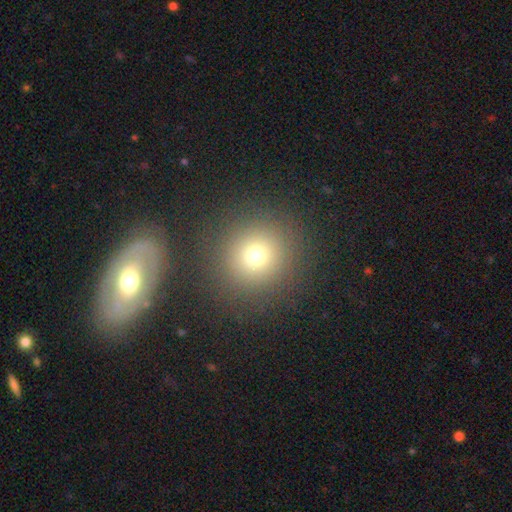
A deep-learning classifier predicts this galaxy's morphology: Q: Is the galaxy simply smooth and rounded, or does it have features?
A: smooth — 72%.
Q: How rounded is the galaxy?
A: round — 92%.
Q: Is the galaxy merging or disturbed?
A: none — 85%.